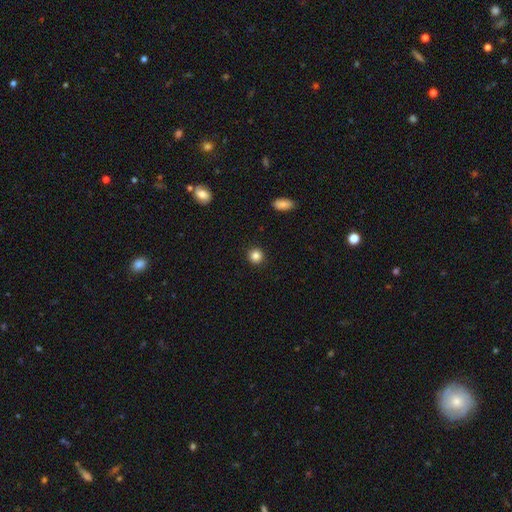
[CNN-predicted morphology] smooth_or_featured: smooth (p=0.85) [alt: star or artifact p=0.10]
how_rounded: round (p=0.93) [alt: in between p=0.06]
merging: none (p=0.93) [alt: minor disturbance p=0.05]